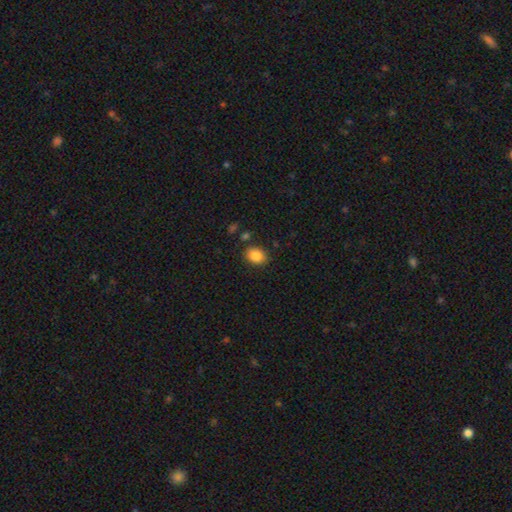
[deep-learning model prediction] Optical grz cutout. It shows a smooth galaxy with no disk features (86%) that is in between round and cigar-shaped (61%). Merging: none (83%).